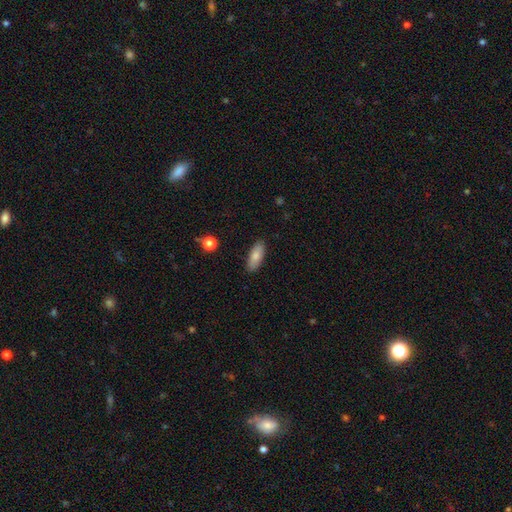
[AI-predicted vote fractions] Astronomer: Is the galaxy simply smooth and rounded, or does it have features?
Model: smooth — 82%.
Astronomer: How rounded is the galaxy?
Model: in between — 77%.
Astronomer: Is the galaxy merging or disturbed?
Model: none — 87%.